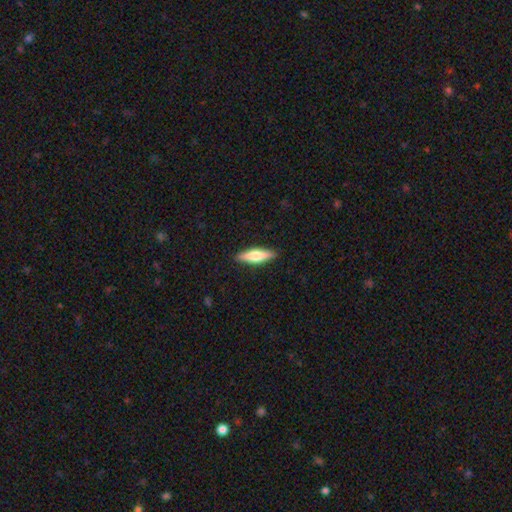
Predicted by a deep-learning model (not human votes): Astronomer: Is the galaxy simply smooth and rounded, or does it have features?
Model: smooth — 61%.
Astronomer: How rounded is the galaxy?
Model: cigar-shaped — 63%.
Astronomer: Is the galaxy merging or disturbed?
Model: none — 90%.